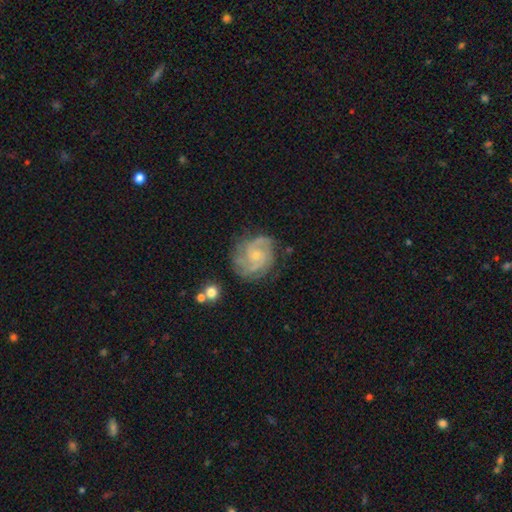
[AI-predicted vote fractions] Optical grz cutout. It shows a featured or disk galaxy (85%) with no bar (68%), 3 (34%) tight (49%) spiral arms (97%) and a small central bulge (68%). Merging: none (74%).